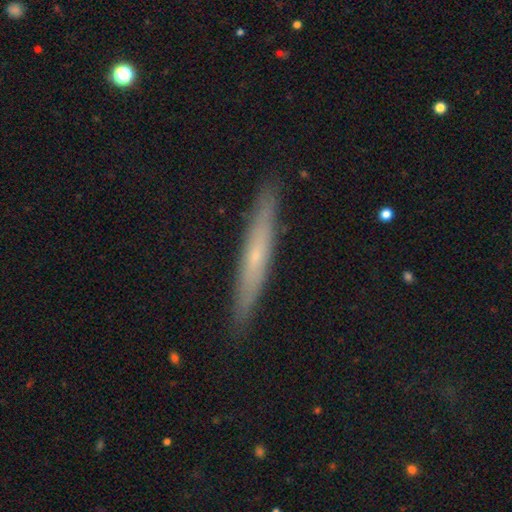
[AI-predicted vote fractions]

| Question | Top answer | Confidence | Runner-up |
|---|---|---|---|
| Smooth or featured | featured or disk | 51% | smooth (42%) |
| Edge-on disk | yes | 90% | no (10%) |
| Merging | none | 90% | minor disturbance (7%) |